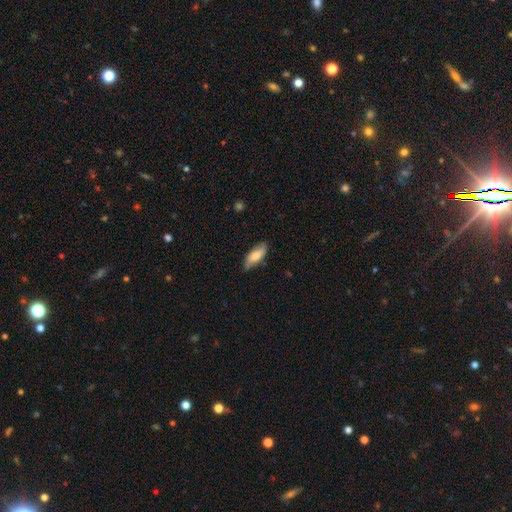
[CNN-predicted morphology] smooth_or_featured: smooth (p=0.70) [alt: featured or disk p=0.24]
how_rounded: in between (p=0.76) [alt: cigar-shaped p=0.22]
merging: none (p=0.79) [alt: minor disturbance p=0.18]